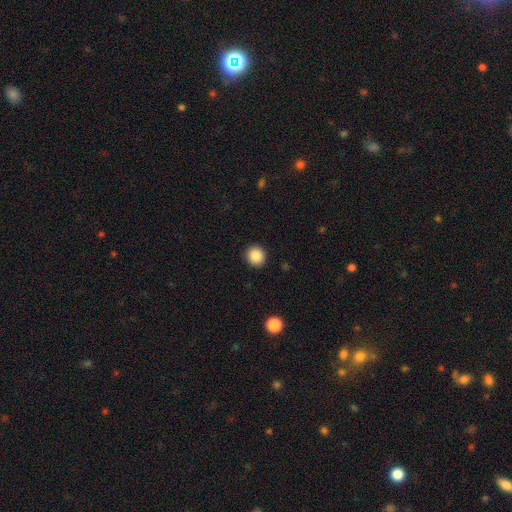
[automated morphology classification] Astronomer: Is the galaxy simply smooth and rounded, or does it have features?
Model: smooth — 86%.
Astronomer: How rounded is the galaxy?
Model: round — 94%.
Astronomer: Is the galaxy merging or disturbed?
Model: none — 93%.